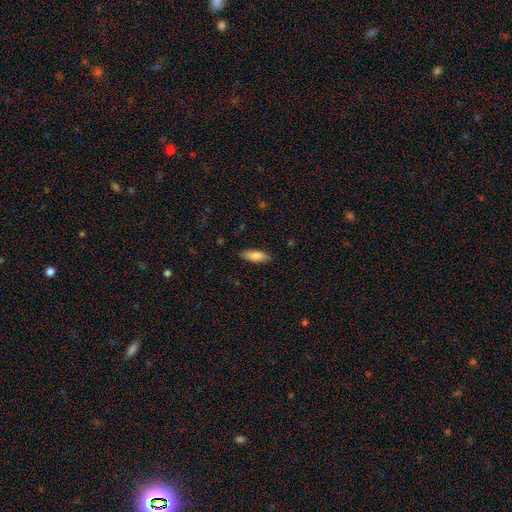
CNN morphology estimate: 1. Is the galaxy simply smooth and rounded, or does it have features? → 86% smooth, 8% featured or disk, 6% star or artifact.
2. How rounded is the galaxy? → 75% in between, 24% cigar-shaped, 2% round.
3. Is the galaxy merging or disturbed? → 84% none, 13% minor disturbance, 2% major disturbance, 1% merger.